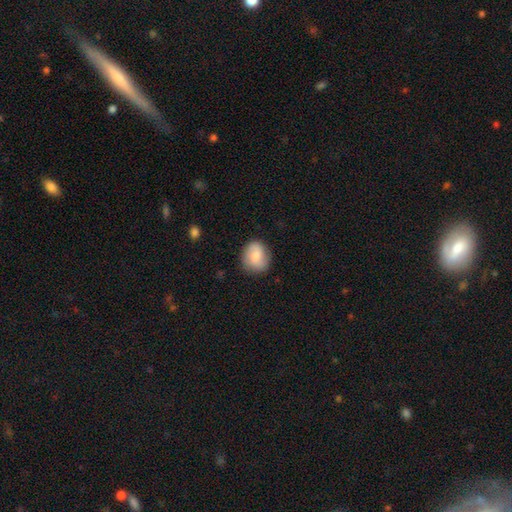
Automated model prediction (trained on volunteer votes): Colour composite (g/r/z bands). It shows a smooth galaxy with no disk features (72%) that is round (69%). Merging: none (81%).